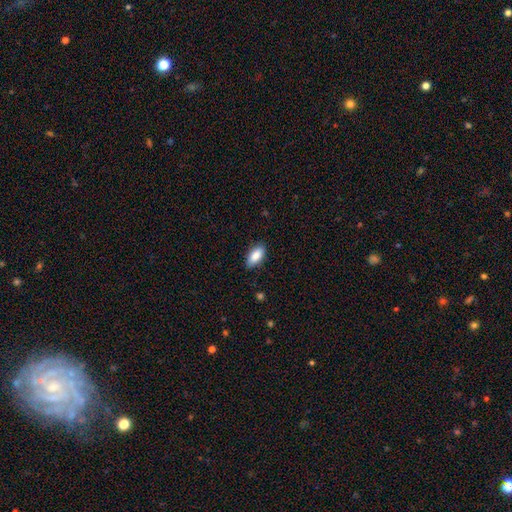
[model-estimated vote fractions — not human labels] This is clearly a smooth galaxy (87%). How rounded: clearly in between (88%). Merging: clearly none (85%).